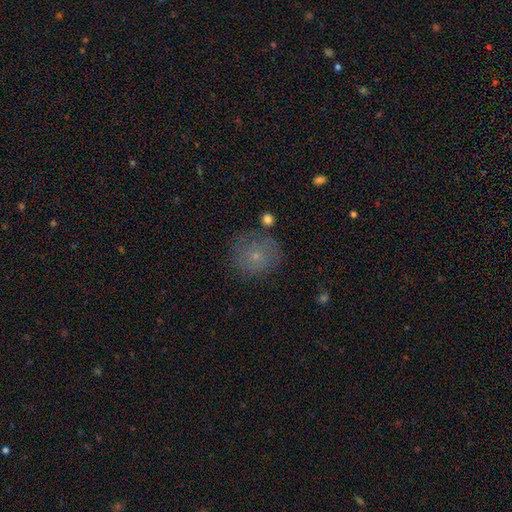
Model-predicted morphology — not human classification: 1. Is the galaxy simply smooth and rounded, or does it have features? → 61% smooth, 26% featured or disk, 13% star or artifact.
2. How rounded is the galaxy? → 87% round, 11% in between, 1% cigar-shaped.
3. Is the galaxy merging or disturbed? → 75% none, 16% minor disturbance, 6% major disturbance, 3% merger.